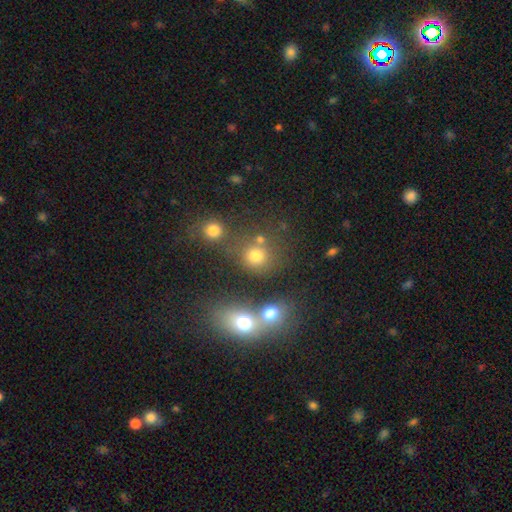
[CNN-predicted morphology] smooth-or-featured: smooth: 74% | star or artifact: 18% | featured or disk: 8%
  how-rounded: round: 83% | in between: 15% | cigar-shaped: 1%
  merging: none: 59% | merger: 26% | minor disturbance: 9% | major disturbance: 6%